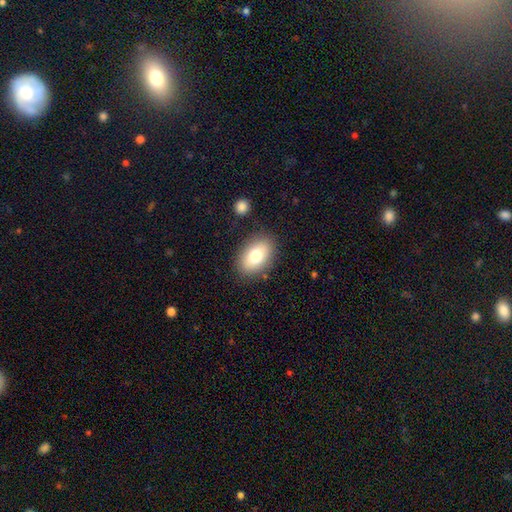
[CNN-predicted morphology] smooth_or_featured: smooth (p=0.76) [alt: featured or disk p=0.16]
how_rounded: in between (p=0.87) [alt: round p=0.11]
merging: none (p=0.84) [alt: minor disturbance p=0.11]